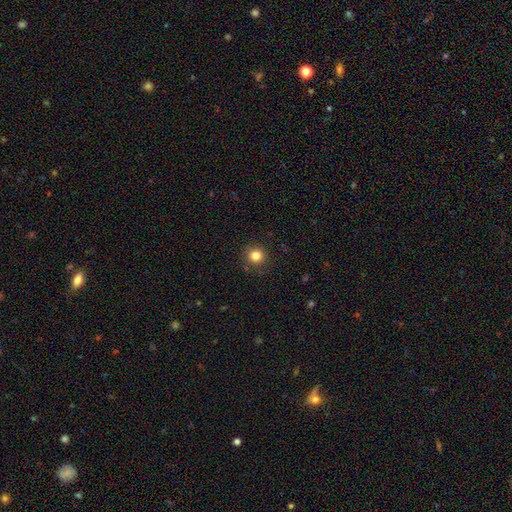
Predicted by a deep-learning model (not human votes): Morphology: type=smooth (83%); roundness=round (93%); merging=none (87%).